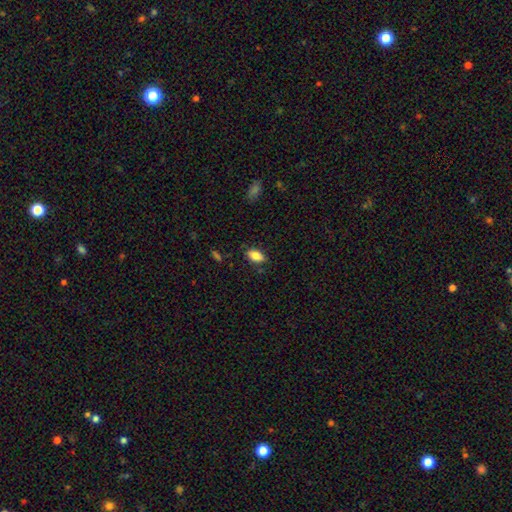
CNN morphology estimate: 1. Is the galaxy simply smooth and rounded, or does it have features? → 81% smooth, 11% featured or disk, 8% star or artifact.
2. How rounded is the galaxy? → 89% in between, 6% cigar-shaped, 4% round.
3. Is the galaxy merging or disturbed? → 83% none, 13% minor disturbance, 3% major disturbance, 2% merger.